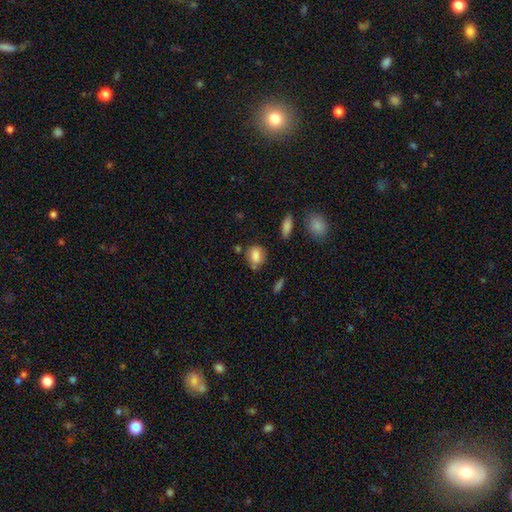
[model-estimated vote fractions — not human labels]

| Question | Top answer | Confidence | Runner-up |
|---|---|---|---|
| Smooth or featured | smooth | 80% | featured or disk (10%) |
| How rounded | in between | 62% | round (36%) |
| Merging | none | 56% | minor disturbance (27%) |